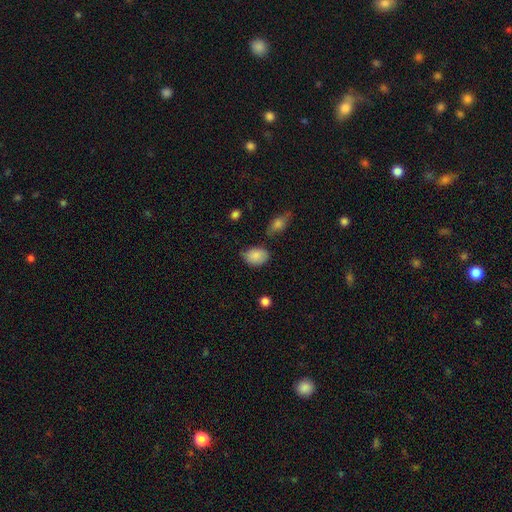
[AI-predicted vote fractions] Smooth or featured: smooth — 86% (star or artifact — 8%)
How rounded: in between — 73% (round — 26%)
Merging: none — 64% (minor disturbance — 28%)